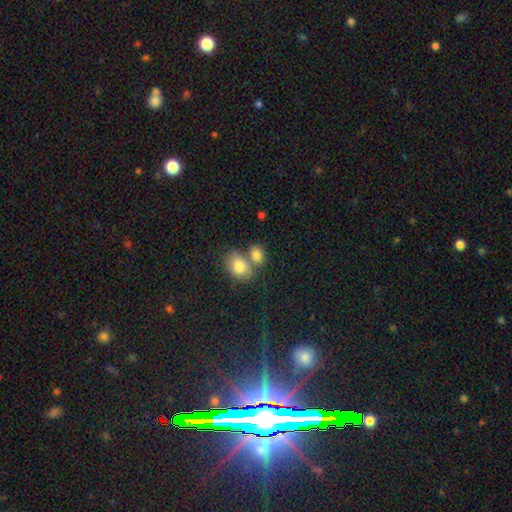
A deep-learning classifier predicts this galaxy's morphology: Q: Smooth or featured?
A: smooth (77%); runner-up: star or artifact (12%)
Q: How rounded?
A: in between (63%); runner-up: round (35%)
Q: Merging?
A: merger (45%); runner-up: none (42%)